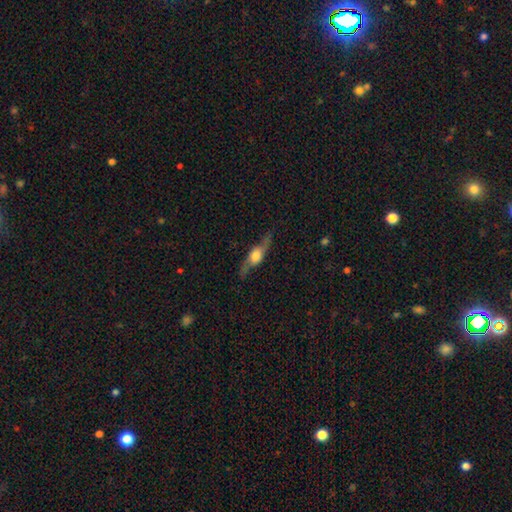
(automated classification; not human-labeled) featured or disk 67%, smooth 27%, star or artifact 5%. Down the decision tree: edge-on disk — yes (86%); edge-on bulge — rounded (89%); merging — none (79%).